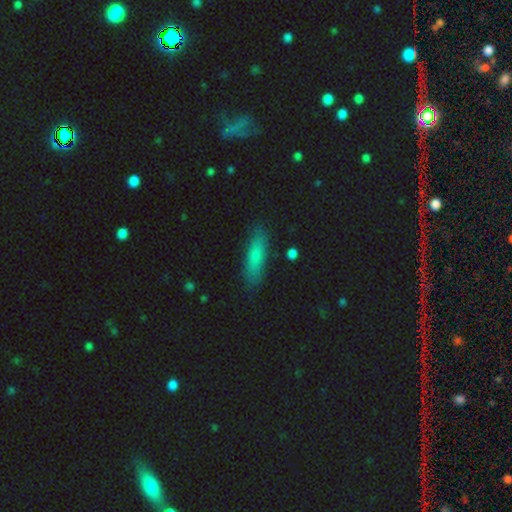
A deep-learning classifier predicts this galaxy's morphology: Smooth or featured?
  - smooth: 76% *
  - featured or disk: 17%
  - star or artifact: 7%
How rounded?
  - cigar-shaped: 59% *
  - in between: 38%
  - round: 2%
Merging?
  - none: 85% *
  - minor disturbance: 11%
  - major disturbance: 2%
  - merger: 1%